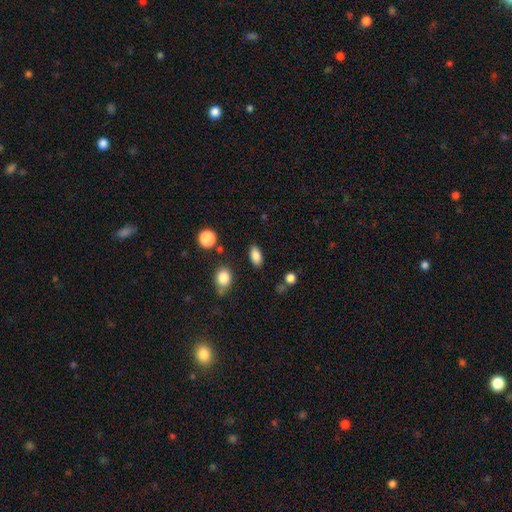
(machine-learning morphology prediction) Overall: smooth (85%). How rounded: in between (89%). Merging: none (84%).